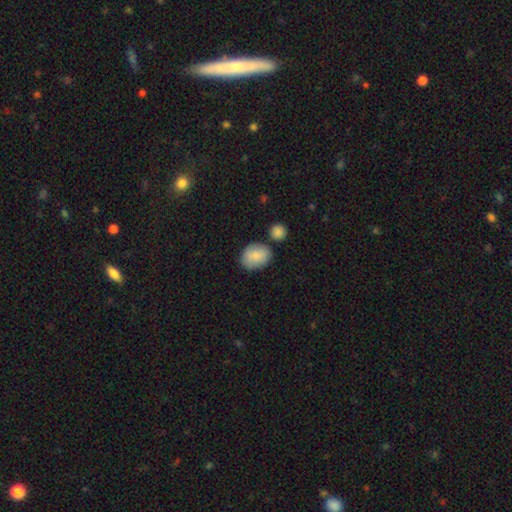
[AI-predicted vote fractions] Q: Smooth or featured?
A: smooth (82%); runner-up: featured or disk (11%)
Q: How rounded?
A: in between (61%); runner-up: round (37%)
Q: Merging?
A: none (69%); runner-up: minor disturbance (17%)